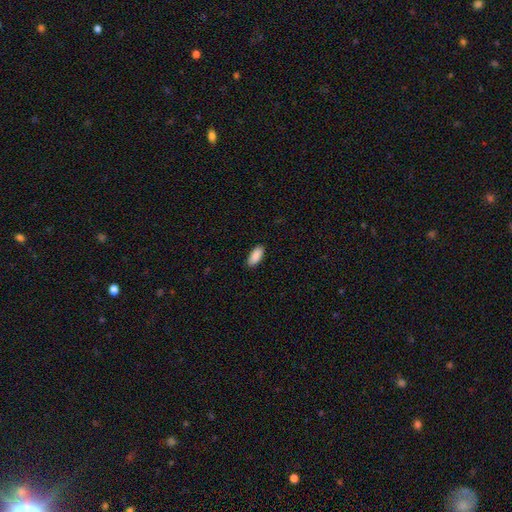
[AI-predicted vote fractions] Morphology: type=smooth (91%); roundness=in between (87%); merging=none (89%).